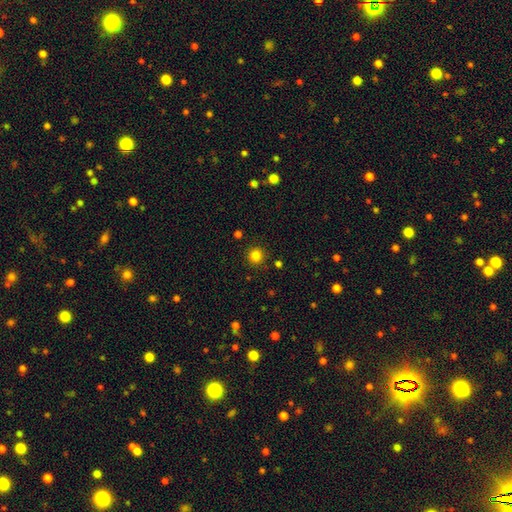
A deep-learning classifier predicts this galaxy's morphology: type=smooth (83%); roundness=round (94%); merging=none (90%).